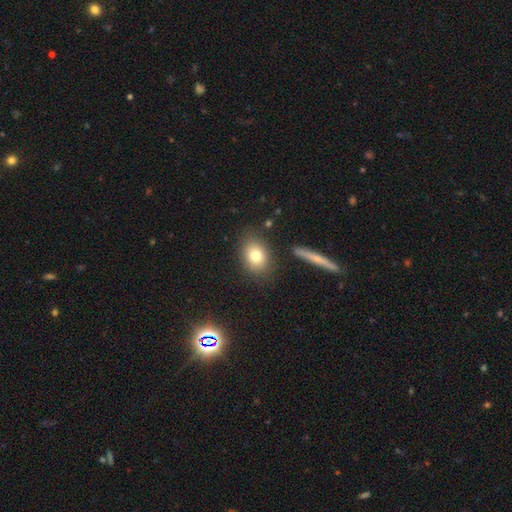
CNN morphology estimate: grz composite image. It shows a smooth galaxy with no disk features (77%) that is in between round and cigar-shaped (58%). Merging: none (82%).